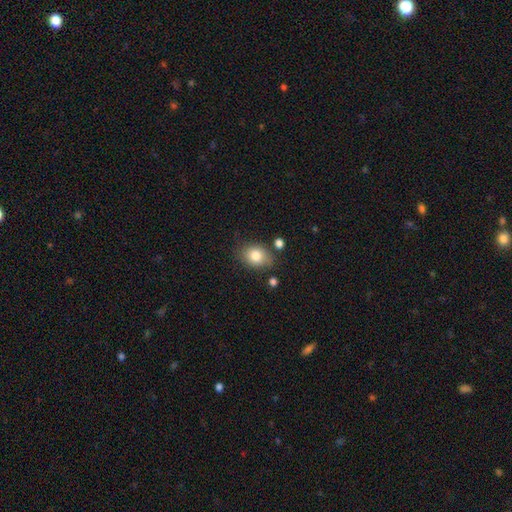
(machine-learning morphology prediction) smooth 82%, featured or disk 9%, star or artifact 9%. Down the decision tree: how rounded — in between (60%); merging — none (74%).